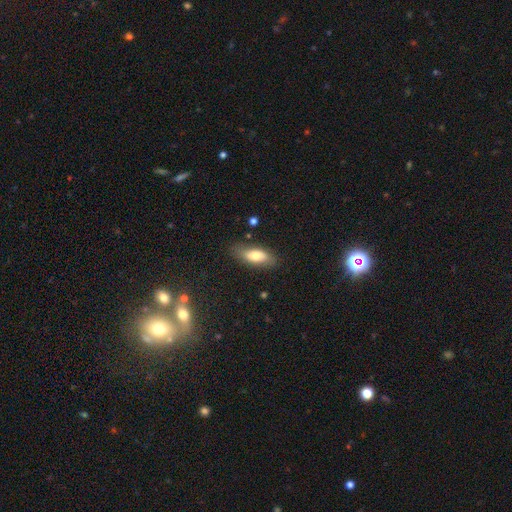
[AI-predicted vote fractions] Smooth or featured?
  - smooth: 69% *
  - featured or disk: 24%
  - star or artifact: 7%
How rounded?
  - in between: 79% *
  - cigar-shaped: 18%
  - round: 3%
Merging?
  - none: 79% *
  - minor disturbance: 15%
  - major disturbance: 4%
  - merger: 2%